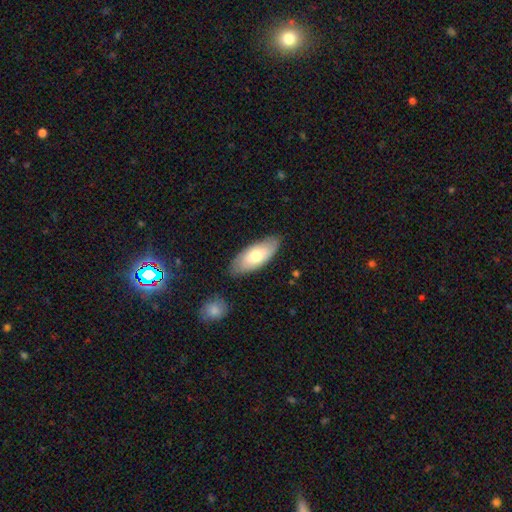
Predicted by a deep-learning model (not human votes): This appears to be a smooth galaxy with no disk features (69%) that is in between round and cigar-shaped (84%). Merging: none (83%).